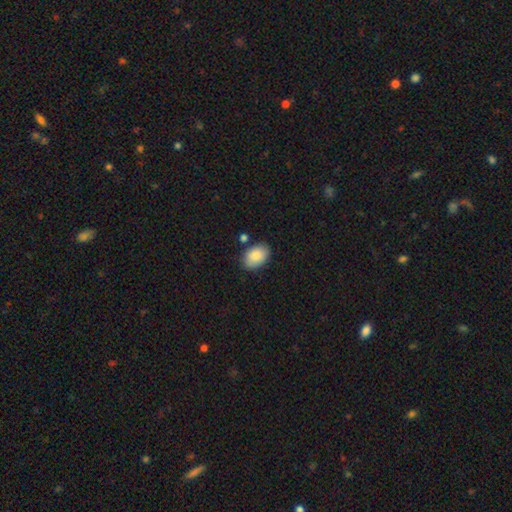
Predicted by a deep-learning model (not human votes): smooth 88%, star or artifact 6%, featured or disk 6%. Down the decision tree: how rounded — in between (88%); merging — none (80%).